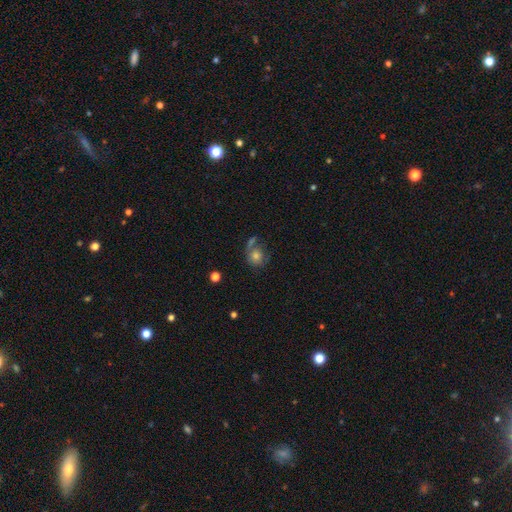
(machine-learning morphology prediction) smooth 64%, featured or disk 25%, star or artifact 11%. Down the decision tree: how rounded — round (77%); merging — none (46%).